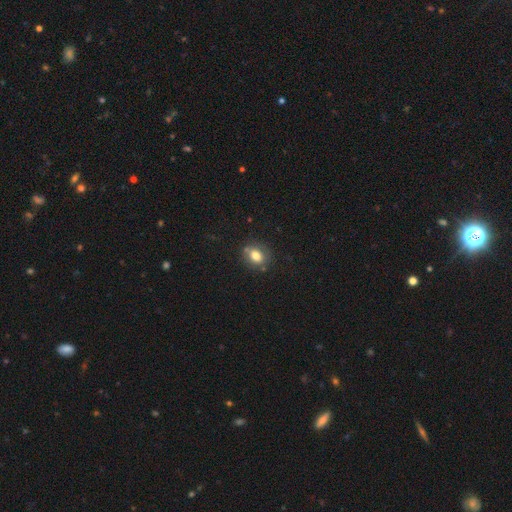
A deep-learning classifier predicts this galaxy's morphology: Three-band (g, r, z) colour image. It shows a smooth galaxy with no disk features (78%) that is in between round and cigar-shaped (56%). Merging: none (72%).